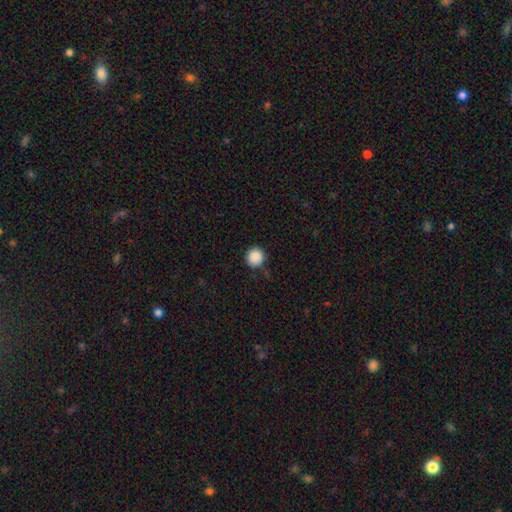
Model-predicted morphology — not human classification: This is clearly a smooth galaxy (88%). How rounded: clearly round (95%). Merging: clearly none (84%).